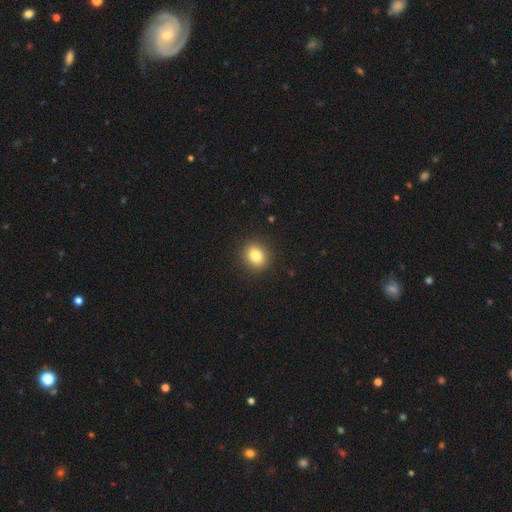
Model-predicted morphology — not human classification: A smooth galaxy with no disk features (84%) that is round (63%). Merging: none (90%).